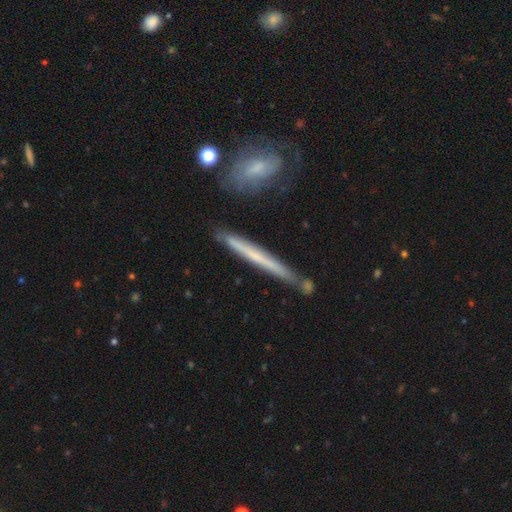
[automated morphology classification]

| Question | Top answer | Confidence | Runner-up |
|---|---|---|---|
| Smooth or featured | featured or disk | 50% | smooth (44%) |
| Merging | none | 80% | minor disturbance (13%) |